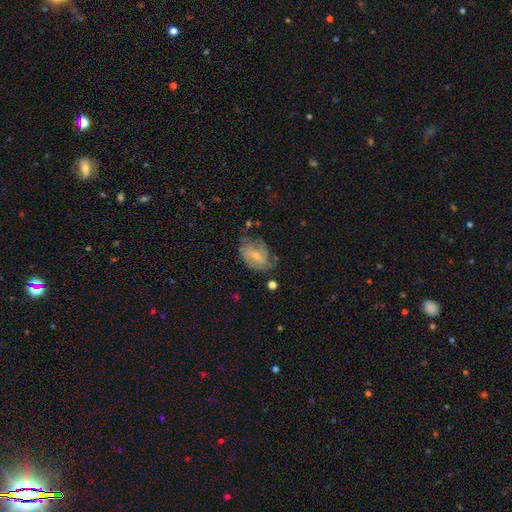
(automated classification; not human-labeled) smooth_or_featured: featured or disk (p=0.67) [alt: smooth p=0.26]
disk_edge_on: no (p=0.96) [alt: yes p=0.04]
bar: weak (p=0.51) [alt: no p=0.28]
has_spiral_arms: yes (p=0.82) [alt: no p=0.18]
spiral_winding: medium (p=0.43) [alt: tight p=0.32]
spiral_arm_count: 2 (p=0.55) [alt: can't tell p=0.26]
bulge_size: small (p=0.59) [alt: moderate p=0.34]
merging: none (p=0.53) [alt: minor disturbance p=0.29]